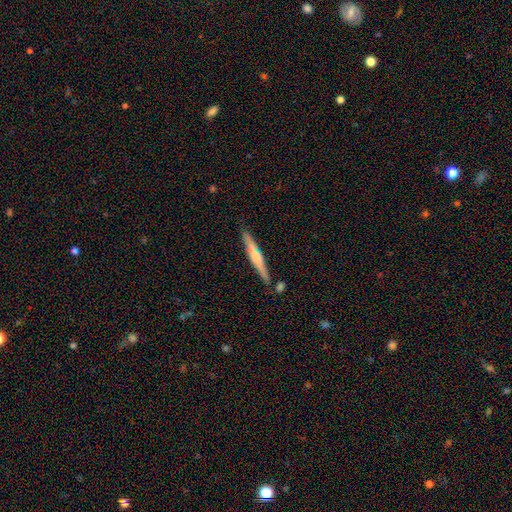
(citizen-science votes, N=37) smooth_or_featured: smooth (p=0.49) [tied with: featured or disk p=0.49]
how_rounded: cigar-shaped (p=0.94) [alt: in between p=0.06]
merging: none (p=0.86) [alt: major disturbance p=0.06]